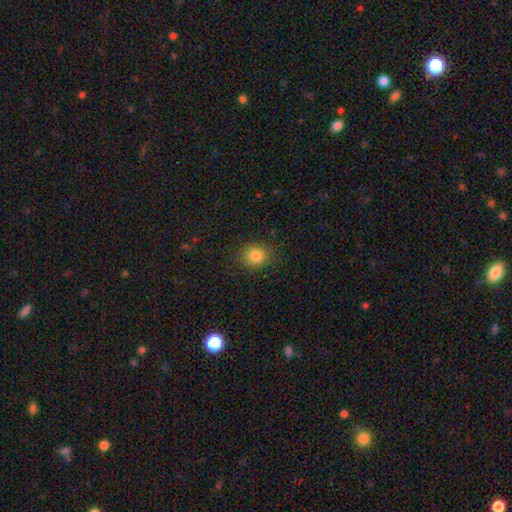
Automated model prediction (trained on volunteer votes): This is clearly a smooth galaxy (83%). How rounded: likely round (75%). Merging: clearly none (86%).